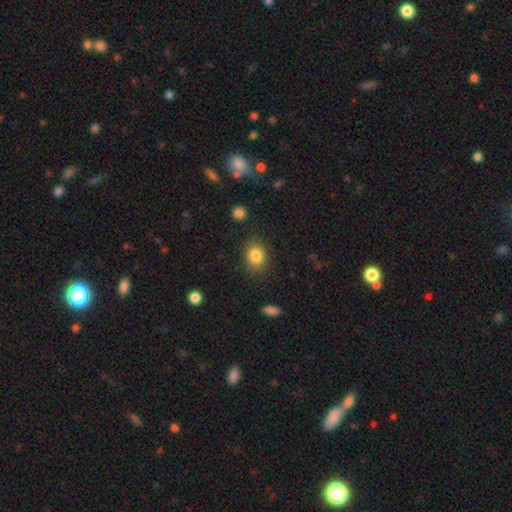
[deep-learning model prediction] Overall: smooth (85%). How rounded: round (52%; in between 47%). Merging: none (83%).